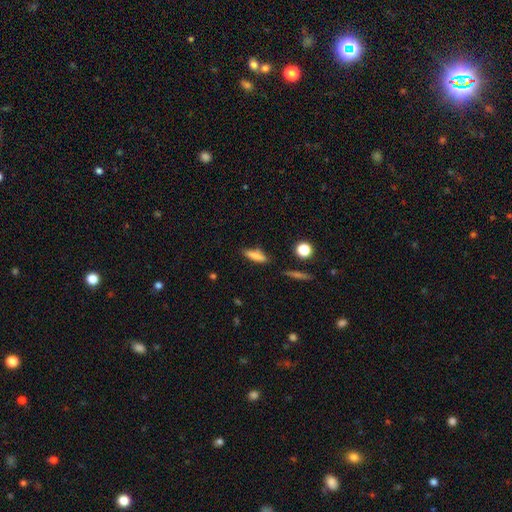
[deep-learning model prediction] Smooth or featured?
  - smooth: 76% *
  - featured or disk: 15%
  - star or artifact: 9%
How rounded?
  - cigar-shaped: 67% *
  - in between: 30%
  - round: 3%
Merging?
  - none: 76% *
  - minor disturbance: 16%
  - merger: 4%
  - major disturbance: 4%